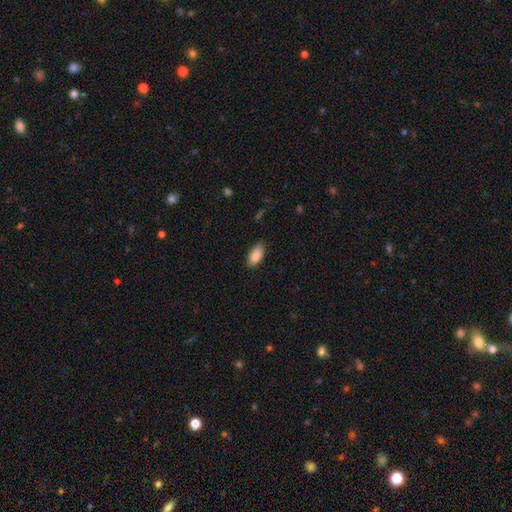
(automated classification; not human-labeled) smooth_or_featured: smooth (p=0.88) [alt: star or artifact p=0.07]
how_rounded: in between (p=0.92) [alt: cigar-shaped p=0.06]
merging: none (p=0.85) [alt: minor disturbance p=0.12]